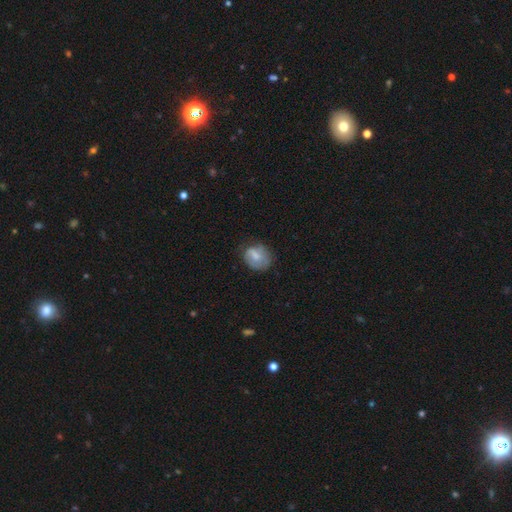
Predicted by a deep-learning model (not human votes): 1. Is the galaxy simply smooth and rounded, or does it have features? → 64% smooth, 28% featured or disk, 8% star or artifact.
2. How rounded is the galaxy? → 57% round, 42% in between, 1% cigar-shaped.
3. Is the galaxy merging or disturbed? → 56% none, 28% minor disturbance, 14% major disturbance, 2% merger.